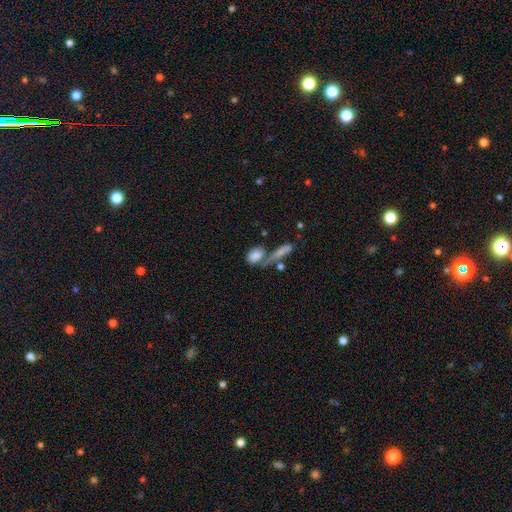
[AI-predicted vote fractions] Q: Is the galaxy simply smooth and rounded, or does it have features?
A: smooth — 78%.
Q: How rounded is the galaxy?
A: in between — 70%.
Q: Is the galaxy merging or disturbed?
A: merger — 40%.